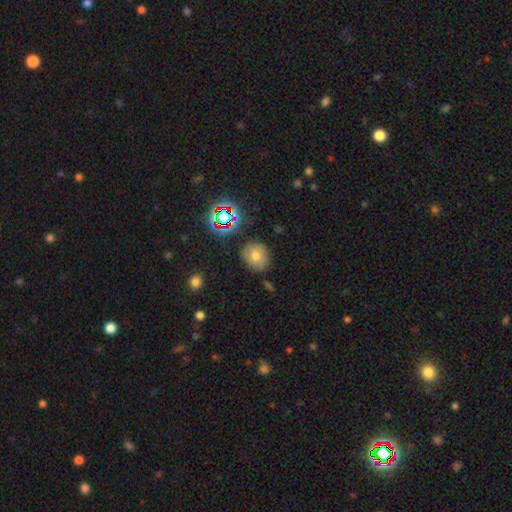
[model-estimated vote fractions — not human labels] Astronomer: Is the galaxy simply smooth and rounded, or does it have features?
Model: smooth — 65%.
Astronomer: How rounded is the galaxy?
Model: round — 80%.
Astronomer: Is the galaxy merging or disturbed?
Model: none — 77%.